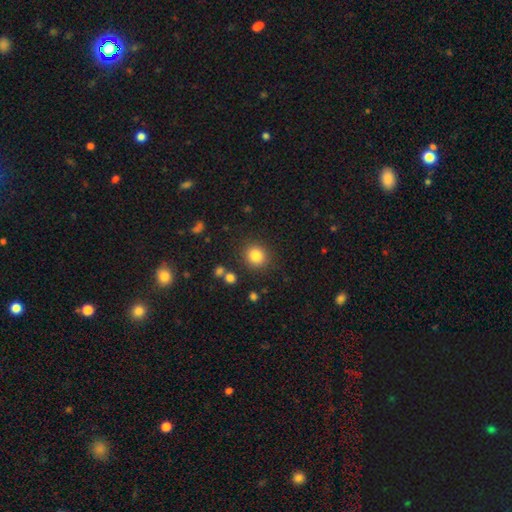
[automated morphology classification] smooth-or-featured: smooth: 84% | star or artifact: 10% | featured or disk: 6%
  how-rounded: round: 84% | in between: 15% | cigar-shaped: 1%
  merging: none: 86% | minor disturbance: 8% | major disturbance: 3% | merger: 3%